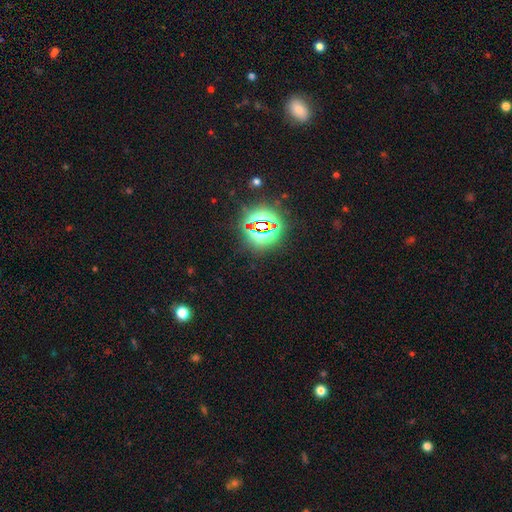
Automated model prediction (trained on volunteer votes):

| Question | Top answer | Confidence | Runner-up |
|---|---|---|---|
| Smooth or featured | star or artifact | 81% | smooth (12%) |